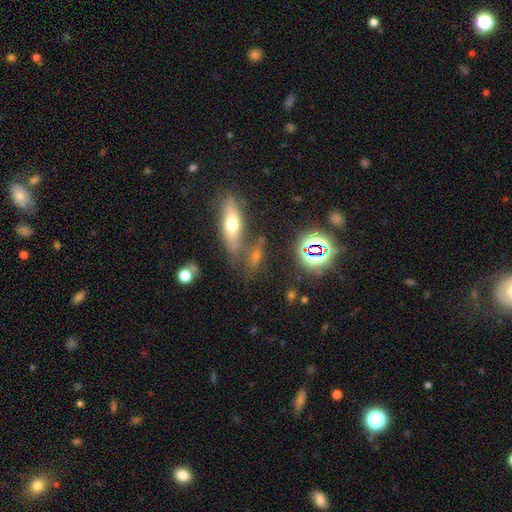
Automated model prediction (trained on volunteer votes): smooth-or-featured: featured or disk: 39% | smooth: 38% | star or artifact: 22%
  merging: none: 66% | minor disturbance: 16% | merger: 12% | major disturbance: 7%